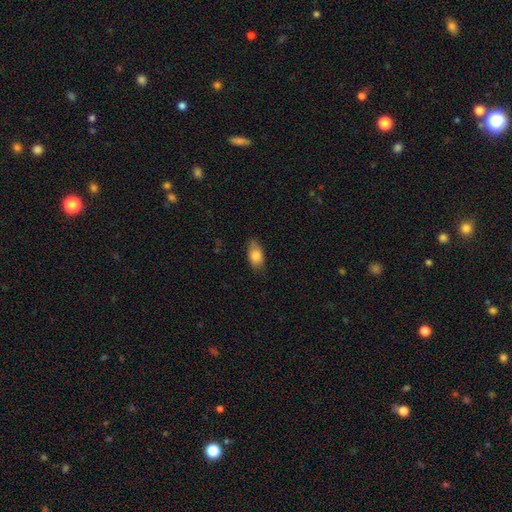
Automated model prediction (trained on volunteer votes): This is clearly a smooth galaxy (81%). How rounded: clearly in between (88%). Merging: likely none (76%).